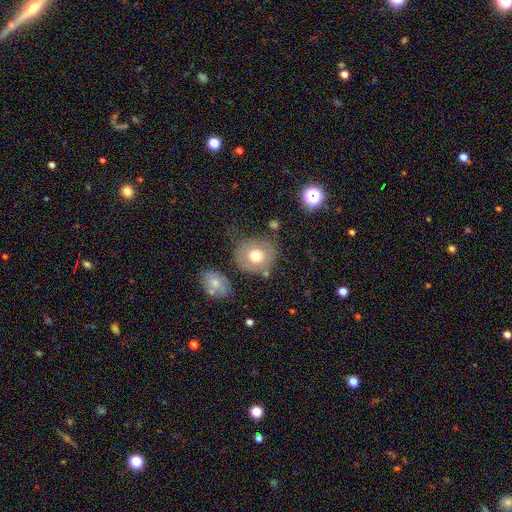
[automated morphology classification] Smooth or featured? Predicted: smooth (p=0.66). How rounded? Predicted: round (p=0.83). Merging? Predicted: none (p=0.71).